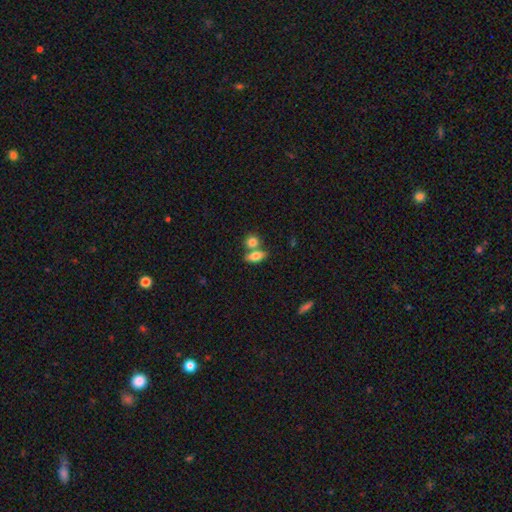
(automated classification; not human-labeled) The model was most divided on "merging": none: 51%, merger: 36%, minor disturbance: 10%, major disturbance: 3%. More confident: how rounded — in between (75%); smooth or featured — smooth (75%).